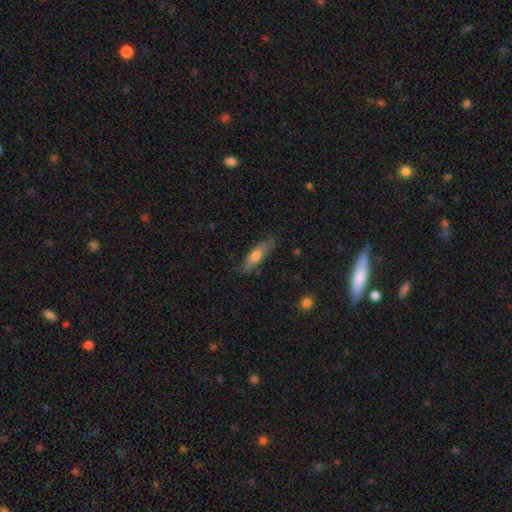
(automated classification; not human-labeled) A smooth galaxy with no disk features (65%) that is cigar-shaped (55%). Merging: none (76%).